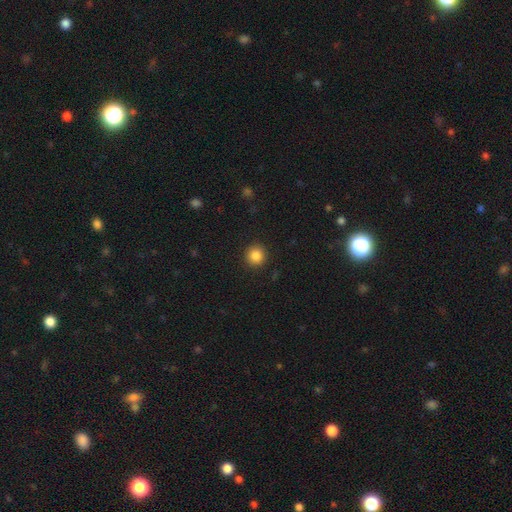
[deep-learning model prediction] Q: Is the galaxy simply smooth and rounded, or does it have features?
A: smooth — 85%.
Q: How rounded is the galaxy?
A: round — 93%.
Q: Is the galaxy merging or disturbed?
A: none — 92%.